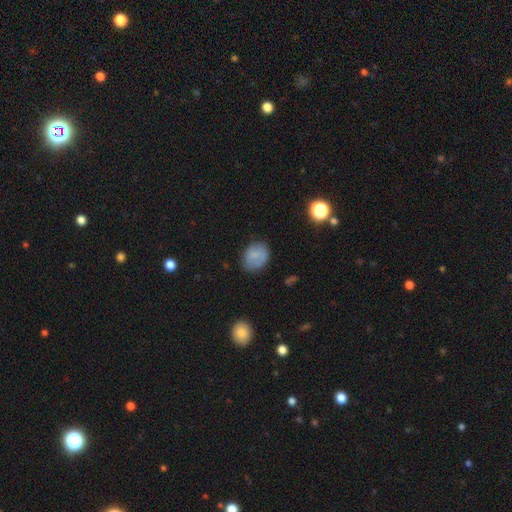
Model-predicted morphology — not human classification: Overall: smooth (75%). How rounded: in between (51%; round 48%). Merging: none (73%).